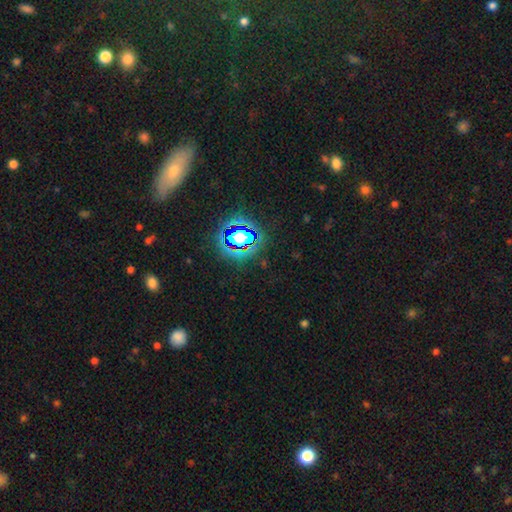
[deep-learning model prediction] Smooth or featured?
  - star or artifact: 75% *
  - smooth: 15%
  - featured or disk: 10%